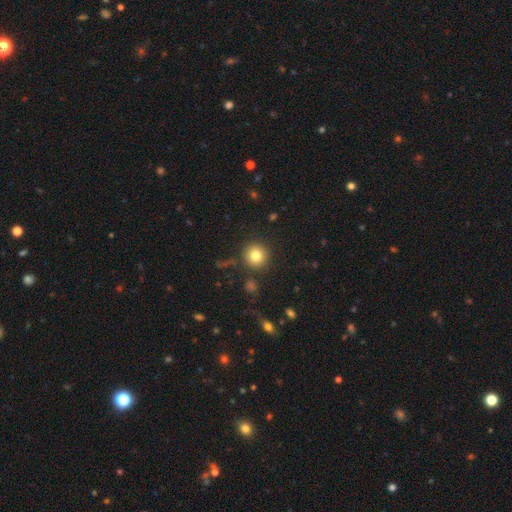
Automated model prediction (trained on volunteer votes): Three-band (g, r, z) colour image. It shows a smooth galaxy with no disk features (81%) that is round (94%). Merging: none (88%).